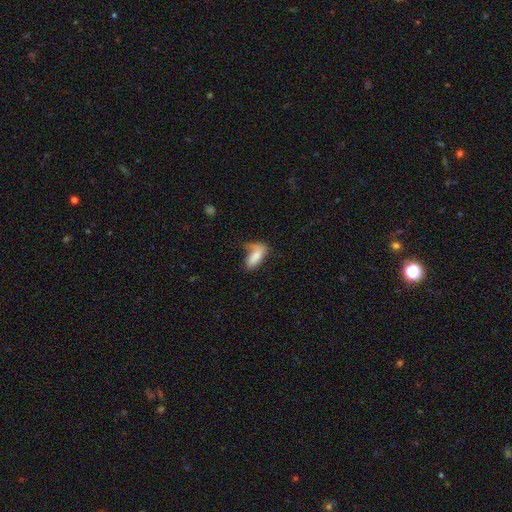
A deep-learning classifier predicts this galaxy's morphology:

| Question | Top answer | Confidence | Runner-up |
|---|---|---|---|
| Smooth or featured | smooth | 78% | featured or disk (15%) |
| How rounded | in between | 86% | cigar-shaped (12%) |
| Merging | none | 37% | minor disturbance (29%) |